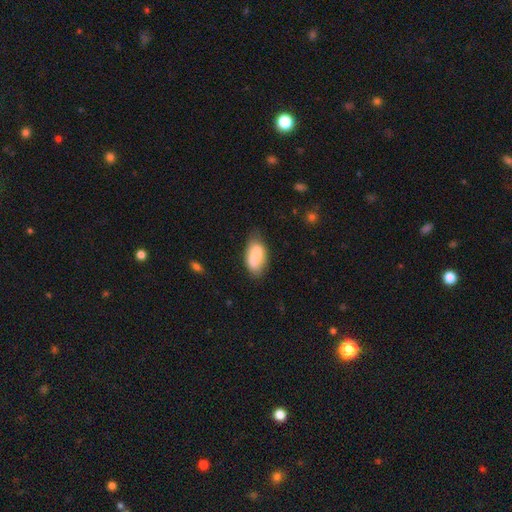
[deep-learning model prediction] Smooth or featured? Predicted: smooth (p=0.81). How rounded? Predicted: in between (p=0.93). Merging? Predicted: none (p=0.65).